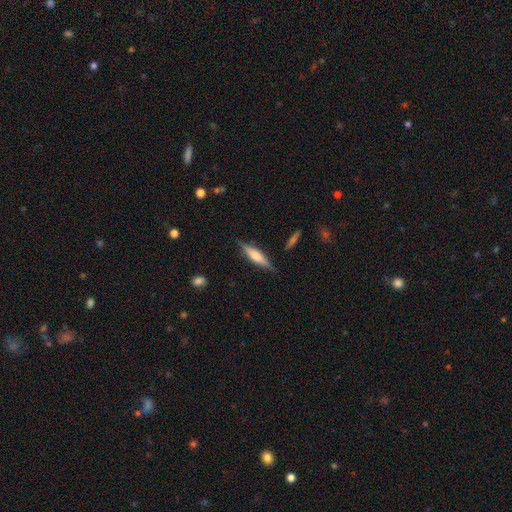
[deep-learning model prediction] Smooth or featured? Predicted: featured or disk (p=0.48). Merging? Predicted: none (p=0.84).